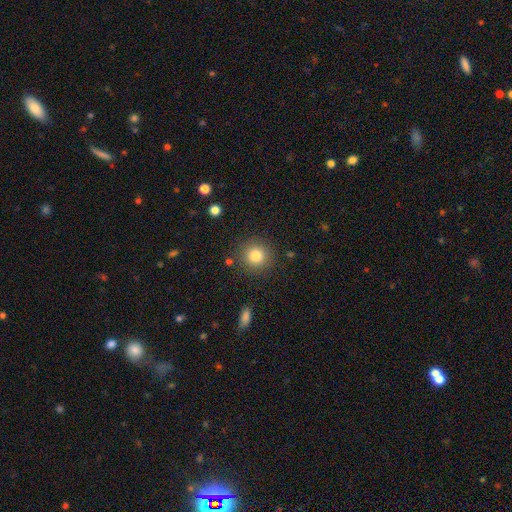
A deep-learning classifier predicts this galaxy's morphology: A smooth galaxy with no disk features (82%) that is round (92%).

Vote fractions:
- Smooth or featured? smooth: 82% / star or artifact: 11% / featured or disk: 7%
- How rounded? round: 92% / in between: 7% / cigar-shaped: 1%
- Merging? none: 87% / minor disturbance: 8% / major disturbance: 3% / merger: 2%